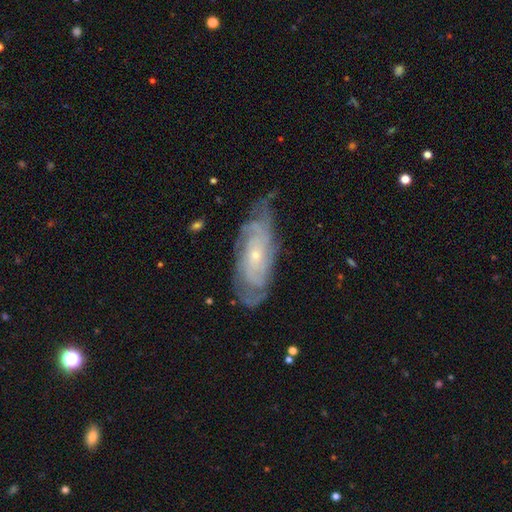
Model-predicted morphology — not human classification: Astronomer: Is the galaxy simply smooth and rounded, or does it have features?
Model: featured or disk — 83%.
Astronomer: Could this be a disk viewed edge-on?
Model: no — 91%.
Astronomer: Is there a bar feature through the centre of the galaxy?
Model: no — 73%.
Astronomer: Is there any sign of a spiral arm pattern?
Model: yes — 95%.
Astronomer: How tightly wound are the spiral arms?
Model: tight — 69%.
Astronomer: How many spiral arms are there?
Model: can't tell — 40% (runner-up: 2, 17%).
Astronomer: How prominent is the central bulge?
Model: small — 74%.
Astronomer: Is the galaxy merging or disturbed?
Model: none — 70%.